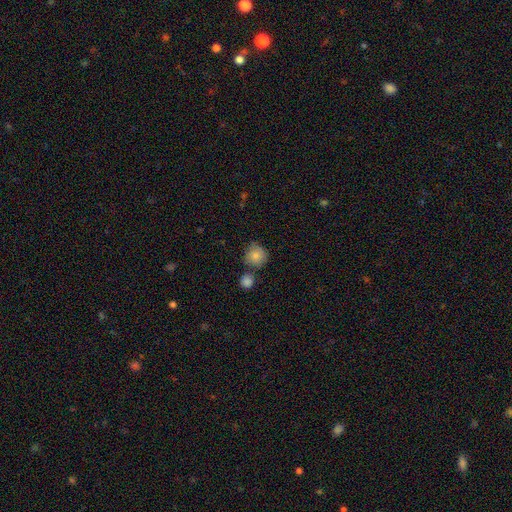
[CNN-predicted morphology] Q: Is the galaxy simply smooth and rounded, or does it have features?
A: smooth — 82%.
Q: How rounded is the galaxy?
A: round — 87%.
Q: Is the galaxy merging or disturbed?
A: none — 64%.